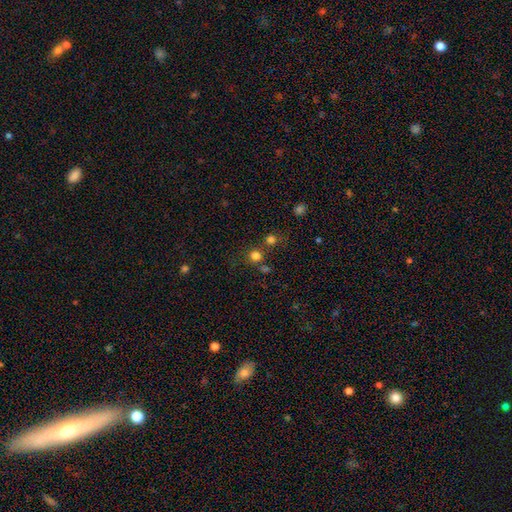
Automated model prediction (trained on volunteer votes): Smooth or featured?
  - smooth: 75% *
  - star or artifact: 19%
  - featured or disk: 6%
How rounded?
  - round: 90% *
  - in between: 9%
  - cigar-shaped: 1%
Merging?
  - none: 70% *
  - merger: 18%
  - minor disturbance: 8%
  - major disturbance: 4%